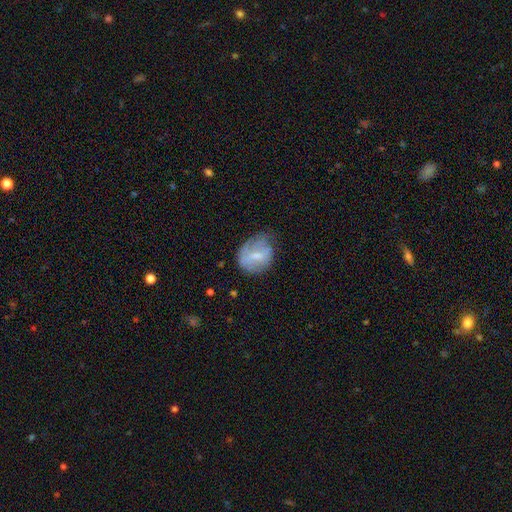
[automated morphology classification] Q: Smooth or featured?
A: smooth (51%); runner-up: featured or disk (40%)
Q: How rounded?
A: in between (52%); runner-up: round (47%)
Q: Merging?
A: none (39%); runner-up: minor disturbance (37%)